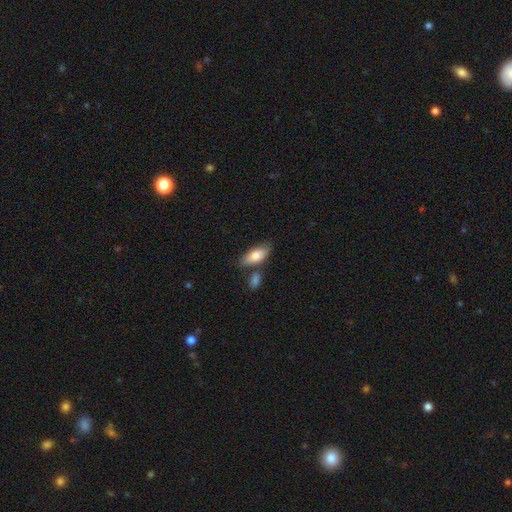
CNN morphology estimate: smooth_or_featured: smooth (p=0.80) [alt: featured or disk p=0.14]
how_rounded: in between (p=0.84) [alt: cigar-shaped p=0.13]
merging: none (p=0.65) [alt: minor disturbance p=0.17]